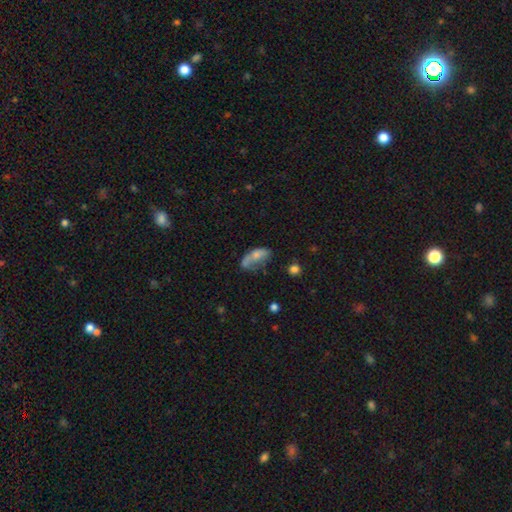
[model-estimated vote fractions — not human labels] smooth_or_featured: smooth (p=0.65) [alt: featured or disk p=0.25]
how_rounded: in between (p=0.81) [alt: cigar-shaped p=0.14]
merging: none (p=0.33) [alt: minor disturbance p=0.28]